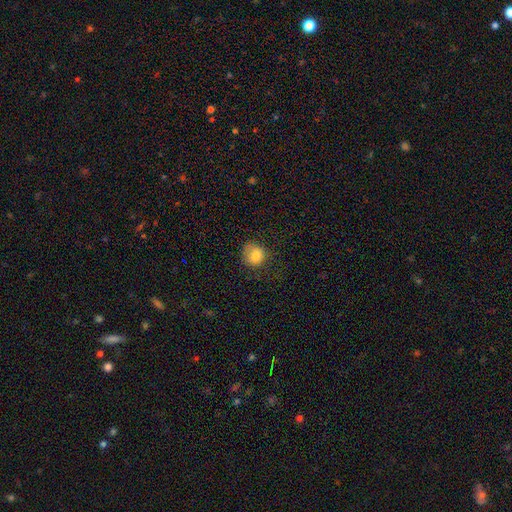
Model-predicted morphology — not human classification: Smooth or featured? smooth (82%)
How rounded? round (81%)
Merging? none (63%)